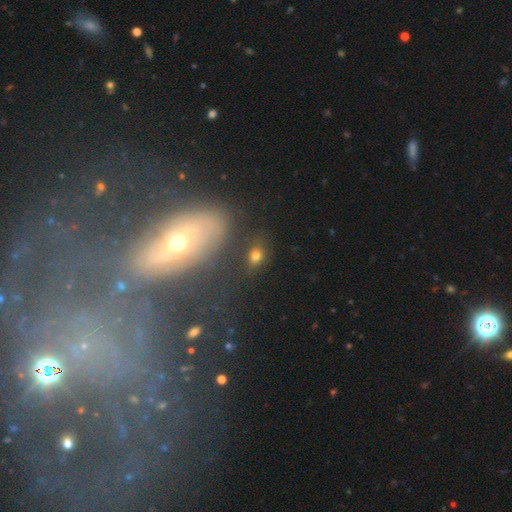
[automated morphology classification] A smooth galaxy with no disk features (71%) that is in between round and cigar-shaped (56%).

Vote fractions:
- Smooth or featured? smooth: 71% / star or artifact: 19% / featured or disk: 11%
- How rounded? in between: 56% / round: 41% / cigar-shaped: 3%
- Merging? none: 72% / minor disturbance: 14% / major disturbance: 7% / merger: 7%